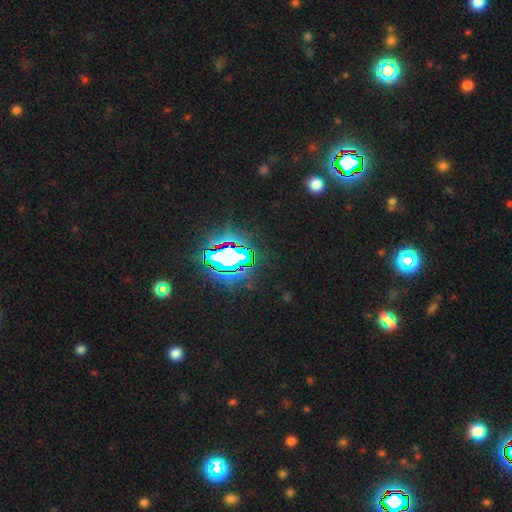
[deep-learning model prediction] A star or artifact, not a galaxy (82%).

Vote fractions:
- Smooth or featured? star or artifact: 82% / smooth: 11% / featured or disk: 7%